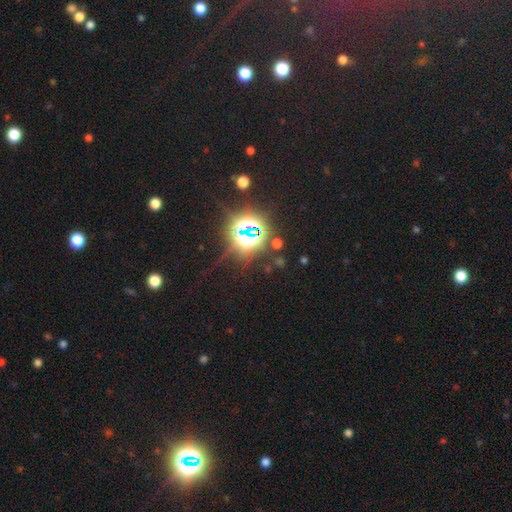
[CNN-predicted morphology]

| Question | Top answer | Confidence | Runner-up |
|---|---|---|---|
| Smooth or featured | star or artifact | 82% | smooth (11%) |